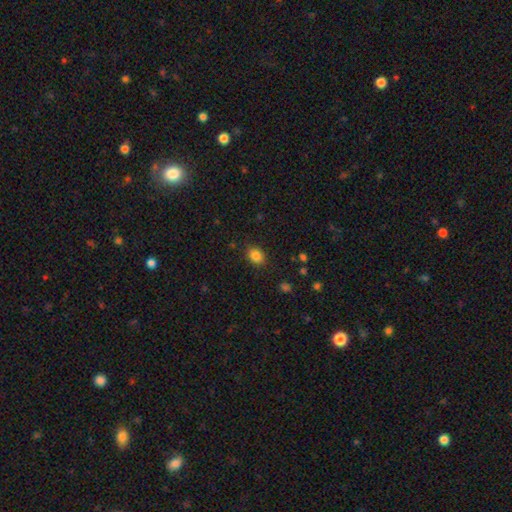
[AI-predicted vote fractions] smooth-or-featured: smooth: 85% | star or artifact: 10% | featured or disk: 5%
  how-rounded: in between: 59% | round: 40% | cigar-shaped: 1%
  merging: none: 86% | minor disturbance: 10% | major disturbance: 3% | merger: 1%